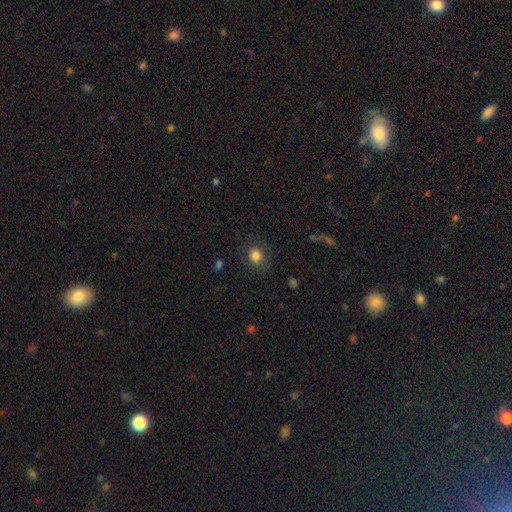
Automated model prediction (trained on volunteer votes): This is clearly a smooth galaxy (83%). How rounded: likely round (77%). Merging: likely none (80%).